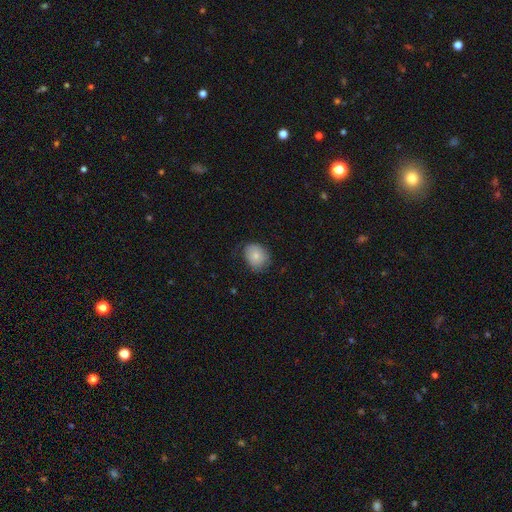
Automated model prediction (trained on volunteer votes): Morphology: type=smooth (78%); roundness=round (56%); merging=none (66%).